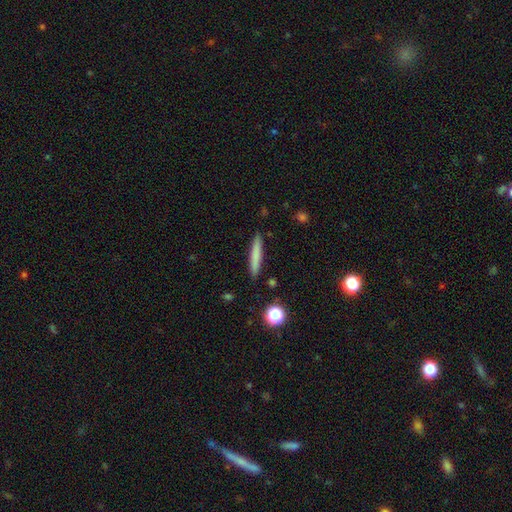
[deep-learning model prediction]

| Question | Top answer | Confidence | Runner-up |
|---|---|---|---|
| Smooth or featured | smooth | 75% | featured or disk (18%) |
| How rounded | cigar-shaped | 93% | in between (5%) |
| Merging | none | 90% | minor disturbance (7%) |